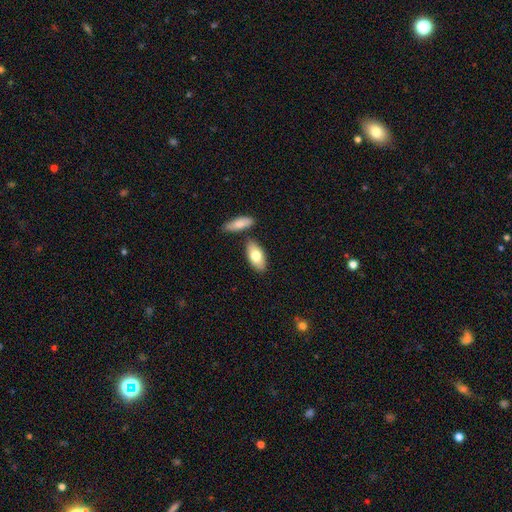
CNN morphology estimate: The model was most divided on "smooth or featured": smooth: 76%, featured or disk: 18%, star or artifact: 5%. More confident: how rounded — in between (89%); merging — none (78%).